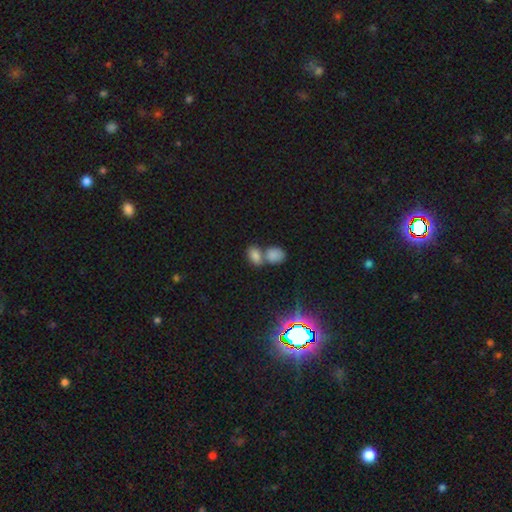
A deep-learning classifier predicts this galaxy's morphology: Smooth or featured? smooth (77%)
How rounded? in between (85%)
Merging? merger (54%)